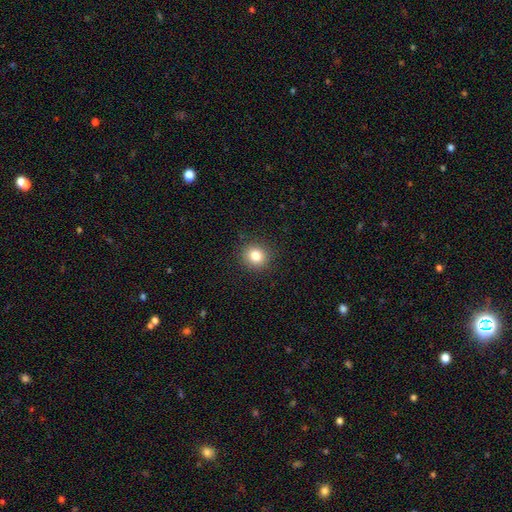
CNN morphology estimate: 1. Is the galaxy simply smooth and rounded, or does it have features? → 82% smooth, 12% star or artifact, 7% featured or disk.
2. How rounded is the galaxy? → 86% round, 13% in between, 1% cigar-shaped.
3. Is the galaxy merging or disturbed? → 90% none, 6% minor disturbance, 2% major disturbance, 1% merger.